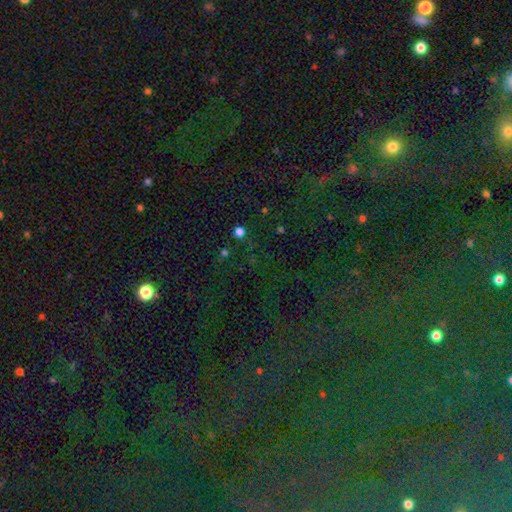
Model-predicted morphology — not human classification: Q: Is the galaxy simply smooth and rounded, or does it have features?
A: star or artifact — 81%.